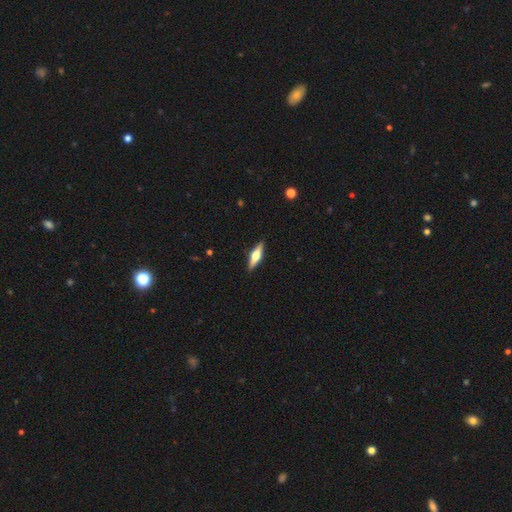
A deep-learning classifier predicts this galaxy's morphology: The model was most divided on "smooth or featured": featured or disk: 60%, smooth: 35%, star or artifact: 6%. More confident: edge-on disk — yes (96%); edge-on bulge — rounded (93%); merging — none (90%).